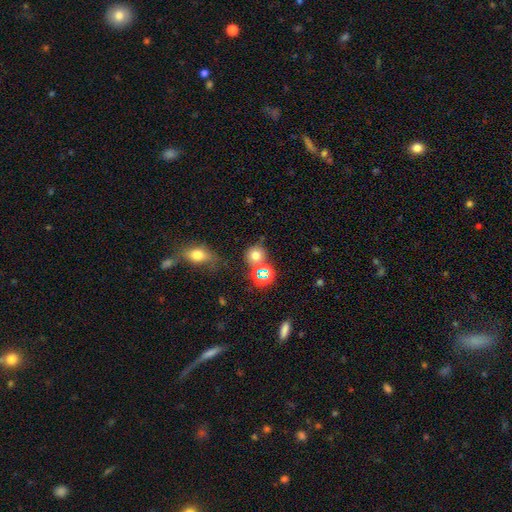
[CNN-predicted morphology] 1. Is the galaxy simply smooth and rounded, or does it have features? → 69% smooth, 22% star or artifact, 9% featured or disk.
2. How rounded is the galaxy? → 84% round, 14% in between, 1% cigar-shaped.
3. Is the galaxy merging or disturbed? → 68% none, 16% merger, 11% minor disturbance, 5% major disturbance.